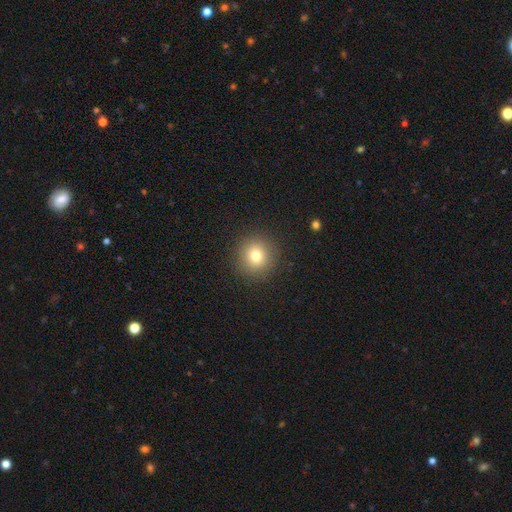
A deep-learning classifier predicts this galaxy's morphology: Smooth or featured: smooth — 77% (star or artifact — 13%)
How rounded: round — 94% (in between — 5%)
Merging: none — 91% (minor disturbance — 6%)